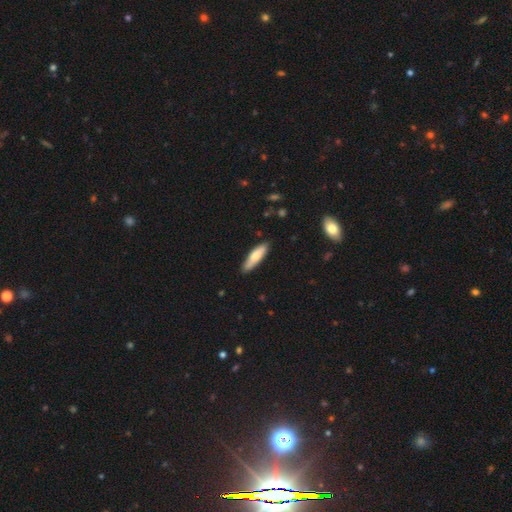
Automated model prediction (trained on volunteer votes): Smooth or featured: smooth — 70% (featured or disk — 25%)
How rounded: cigar-shaped — 64% (in between — 34%)
Merging: none — 85% (minor disturbance — 12%)